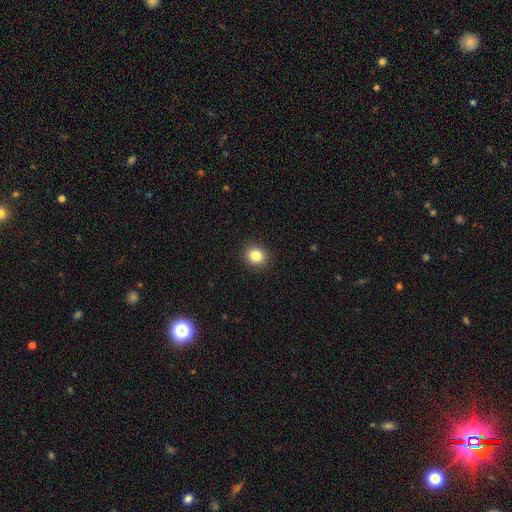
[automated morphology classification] A smooth galaxy with no disk features (84%) that is round (74%). Merging: none (91%).